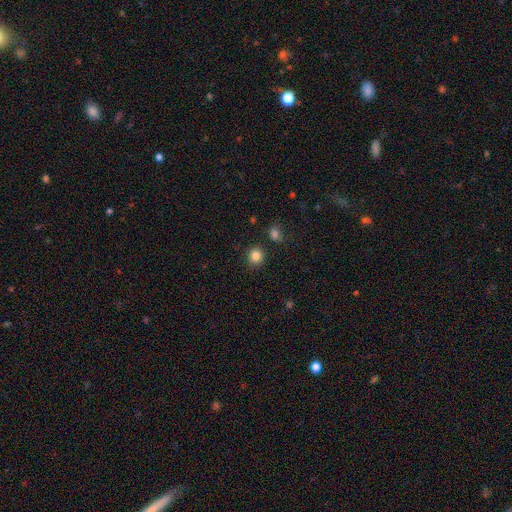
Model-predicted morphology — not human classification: The model was most divided on "smooth or featured": smooth: 84%, star or artifact: 11%, featured or disk: 4%. More confident: how rounded — round (87%); merging — none (86%).